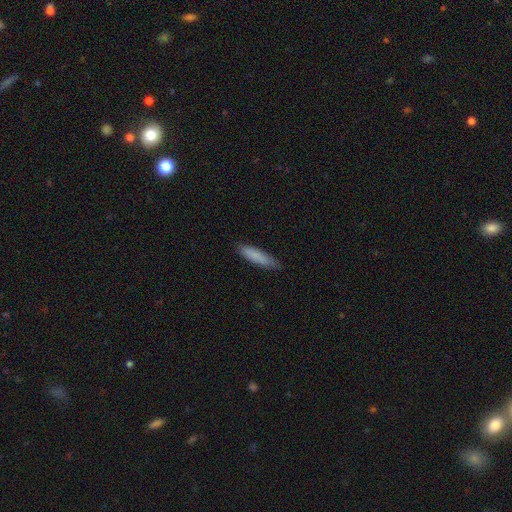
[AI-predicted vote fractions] A smooth galaxy with no disk features (84%) that is cigar-shaped (81%). Merging: none (84%).